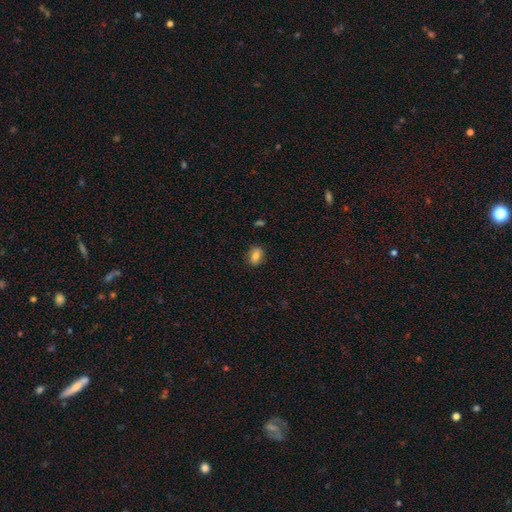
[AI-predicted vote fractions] A smooth galaxy with no disk features (80%) that is in between round and cigar-shaped (70%). Merging: none (85%).